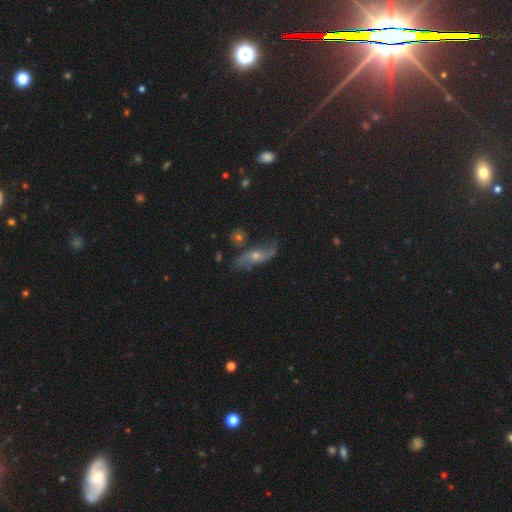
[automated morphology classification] The model was most divided on "merging": none: 62%, minor disturbance: 22%, major disturbance: 11%, merger: 5%. More confident: edge-on disk — no (74%); smooth or featured — featured or disk (67%).